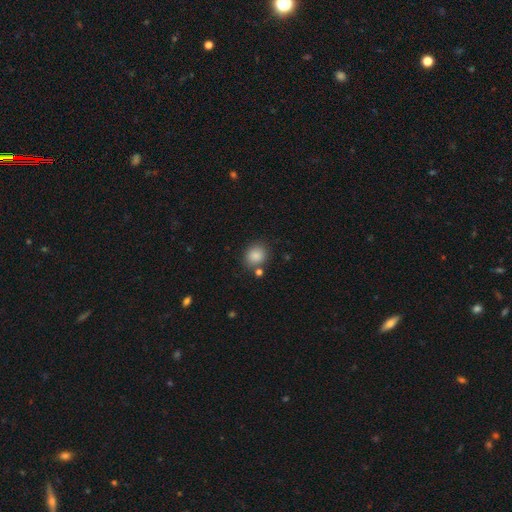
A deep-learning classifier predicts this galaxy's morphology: smooth 86%, star or artifact 9%, featured or disk 4%. Down the decision tree: how rounded — round (74%); merging — none (78%).